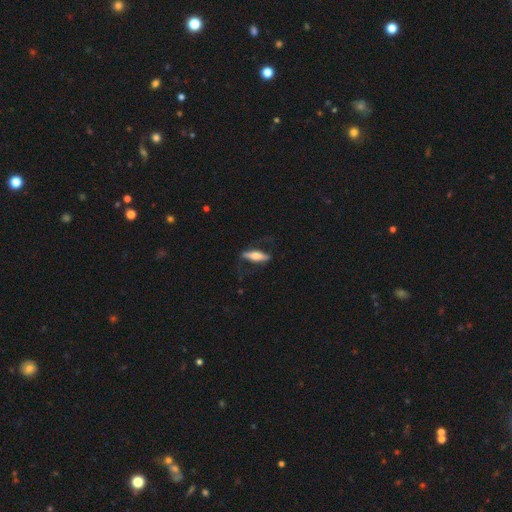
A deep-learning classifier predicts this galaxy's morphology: This appears to be a featured or disk galaxy (48%). Merging: none (69%).